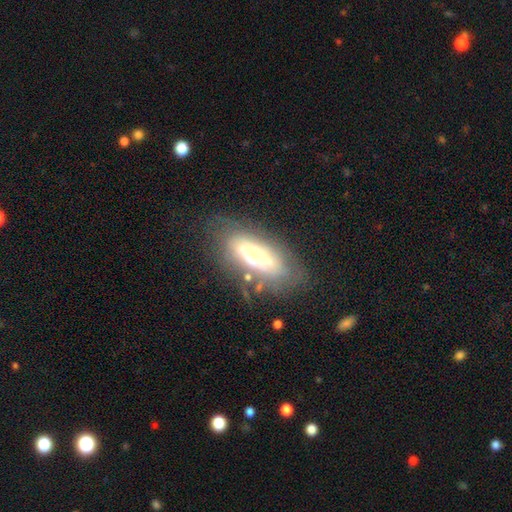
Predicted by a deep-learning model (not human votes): Smooth or featured? featured or disk (56%)
Edge-on disk? no (78%)
Merging? none (63%)